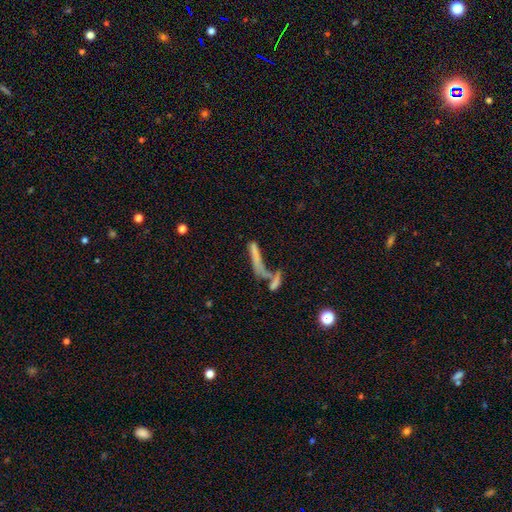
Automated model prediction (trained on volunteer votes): Overall: smooth (52%; featured or disk 33%). How rounded: cigar-shaped (80%). Merging: merger (49%; none 21%).